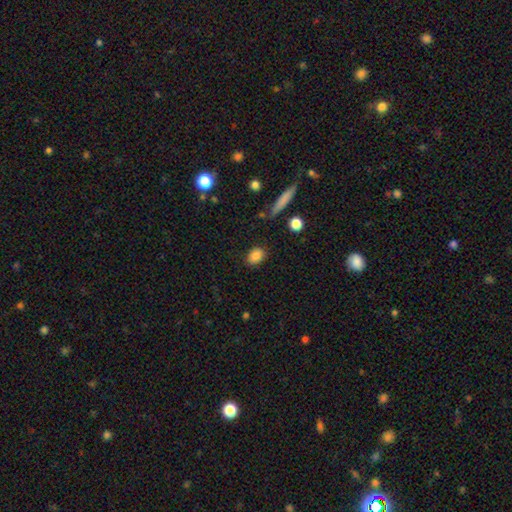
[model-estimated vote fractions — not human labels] Smooth or featured? Predicted: smooth (p=0.86). How rounded? Predicted: in between (p=0.73). Merging? Predicted: none (p=0.85).